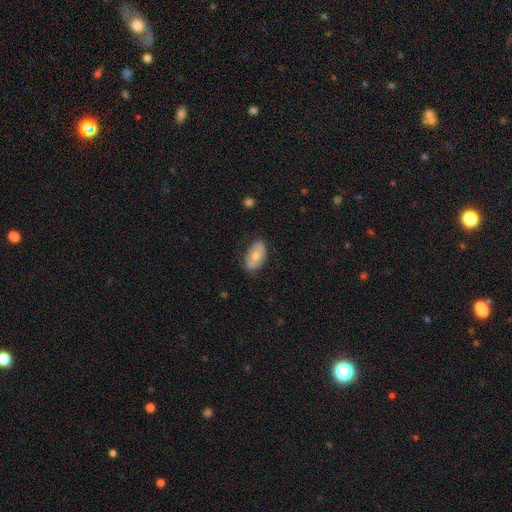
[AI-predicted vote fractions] smooth_or_featured: smooth (p=0.66) [alt: featured or disk p=0.28]
how_rounded: in between (p=0.92) [alt: round p=0.06]
merging: none (p=0.78) [alt: minor disturbance p=0.17]